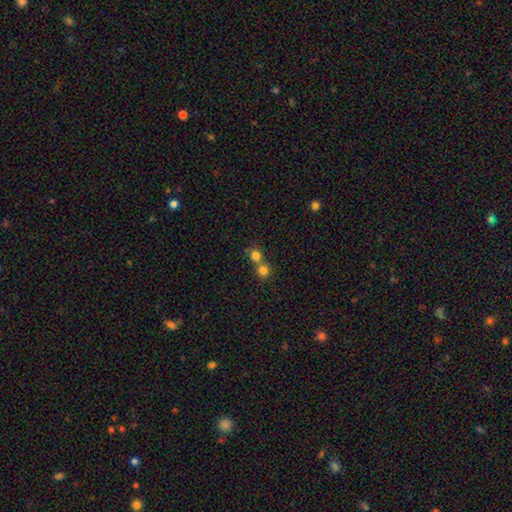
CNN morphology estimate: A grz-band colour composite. It shows a smooth galaxy with no disk features (77%) that is round (87%). Merging: merger (46%, tied with none).